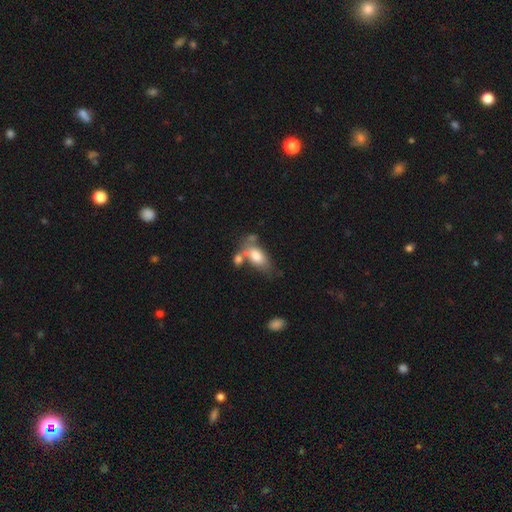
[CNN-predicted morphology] Smooth or featured? smooth (74%)
How rounded? in between (88%)
Merging? none (36%)